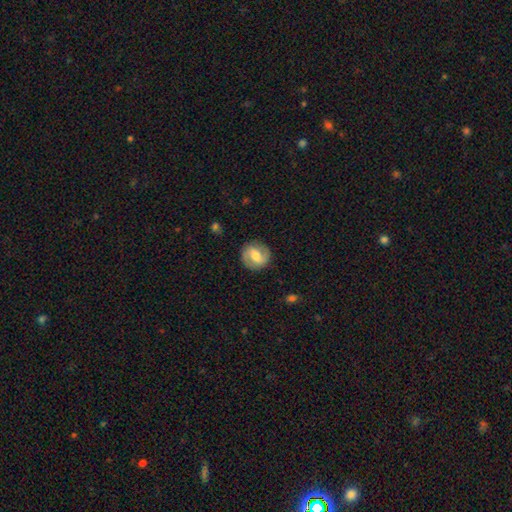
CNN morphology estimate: This is likely a featured or disk galaxy (63%). It is clearly not viewed edge-on (97%). Bar: possibly weak (48%). Spiral arm pattern: clearly yes (84%). Spiral arm count: clearly 2 (89%). Spiral winding: possibly medium (45%). Central bulge: likely moderate (67%). Merging: clearly none (87%).